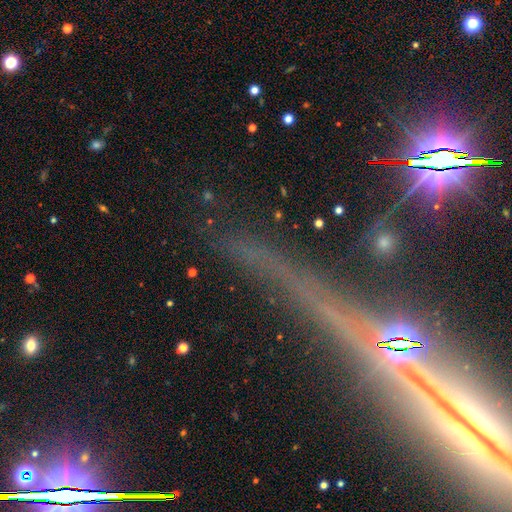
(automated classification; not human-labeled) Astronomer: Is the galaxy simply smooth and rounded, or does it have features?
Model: star or artifact — 70%.